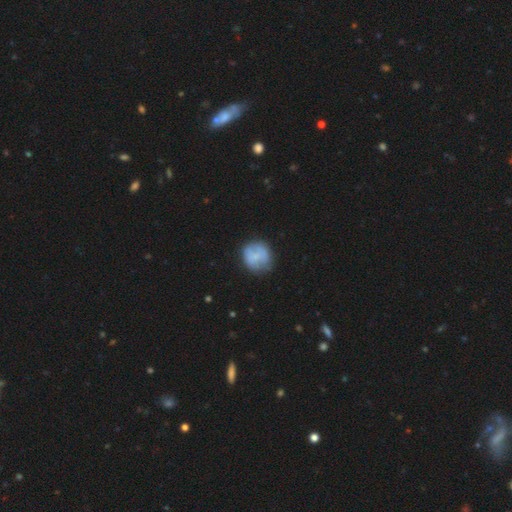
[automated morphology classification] Smooth or featured: smooth — 64% (featured or disk — 29%)
How rounded: round — 85% (in between — 14%)
Merging: none — 68% (minor disturbance — 22%)